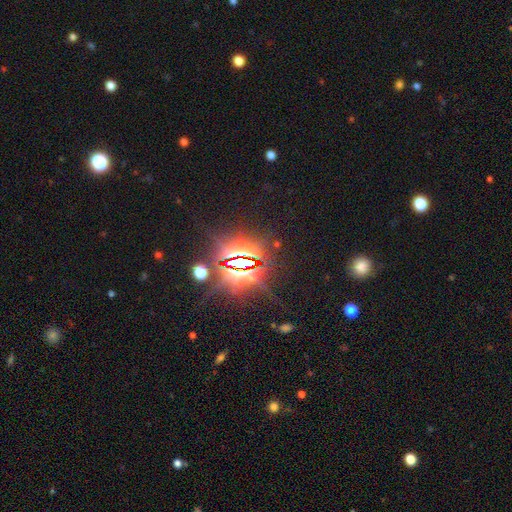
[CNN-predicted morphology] This is clearly a star or artifact rather than a galaxy (83%).